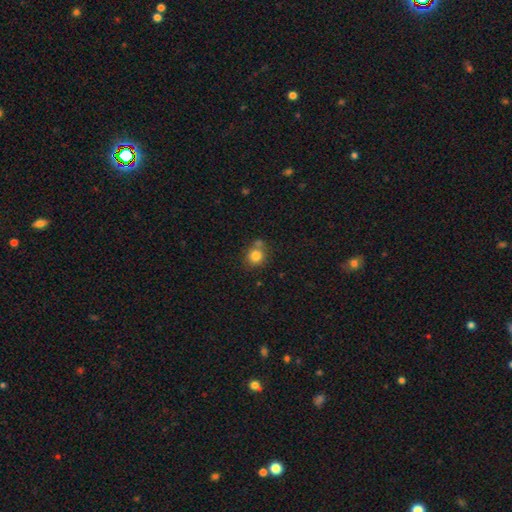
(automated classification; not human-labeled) Smooth or featured? Predicted: smooth (p=0.82). How rounded? Predicted: round (p=0.84). Merging? Predicted: none (p=0.61).